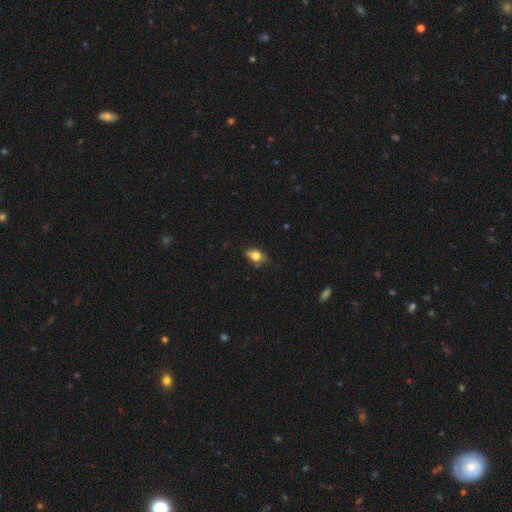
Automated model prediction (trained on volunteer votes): smooth 73%, featured or disk 17%, star or artifact 10%. Down the decision tree: how rounded — in between (69%); merging — none (62%).